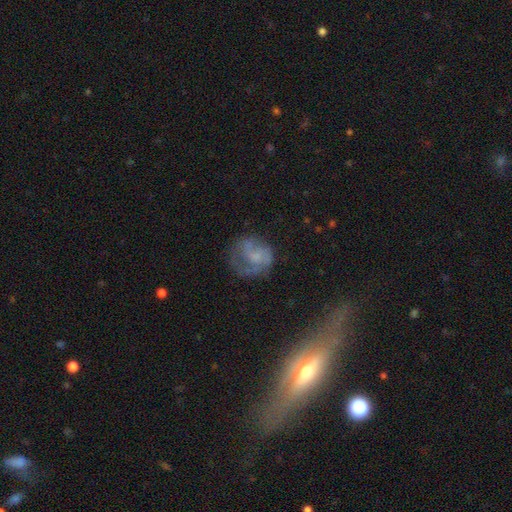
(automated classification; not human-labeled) Smooth or featured? Predicted: featured or disk (p=0.48). Merging? Predicted: none (p=0.49).